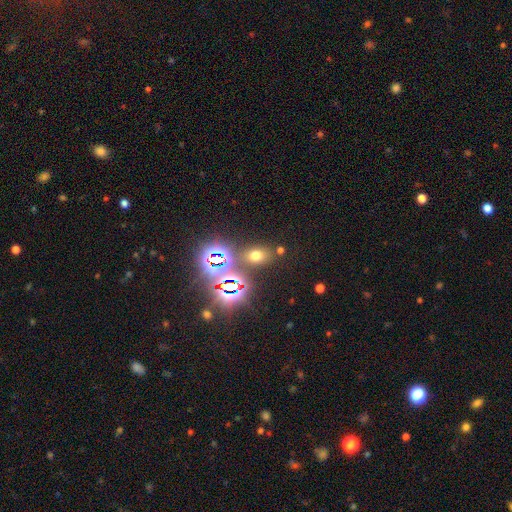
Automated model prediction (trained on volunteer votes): Smooth or featured? Predicted: smooth (p=0.54). How rounded? Predicted: in between (p=0.65). Merging? Predicted: none (p=0.77).